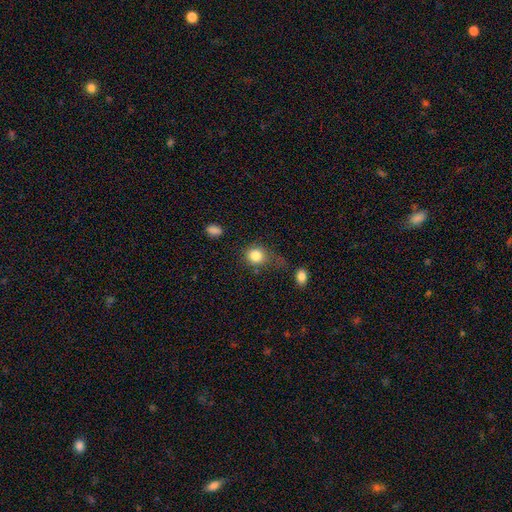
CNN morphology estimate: The model was most divided on "merging": none: 59%, minor disturbance: 22%, major disturbance: 12%, merger: 7%. More confident: smooth or featured — smooth (83%); how rounded — round (78%).